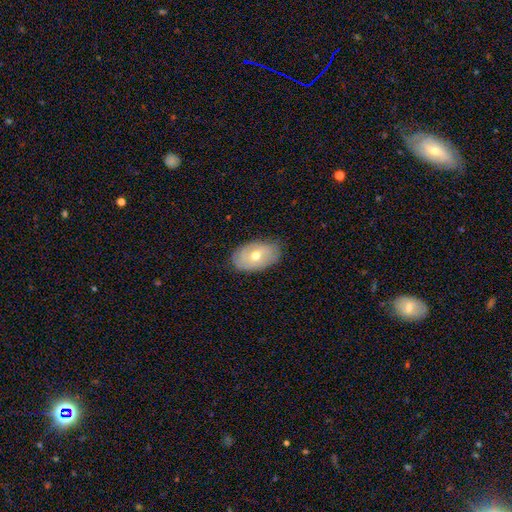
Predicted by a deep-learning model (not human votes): smooth 49%, featured or disk 44%, star or artifact 7%. Down the decision tree: merging — none (78%).